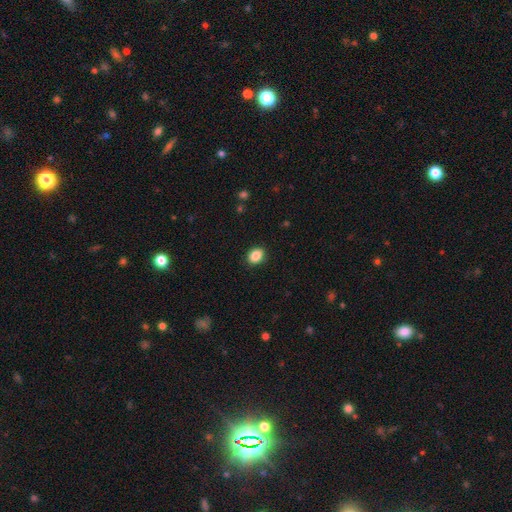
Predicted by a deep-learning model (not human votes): Smooth or featured? Predicted: smooth (p=0.88). How rounded? Predicted: in between (p=0.63). Merging? Predicted: none (p=0.90).